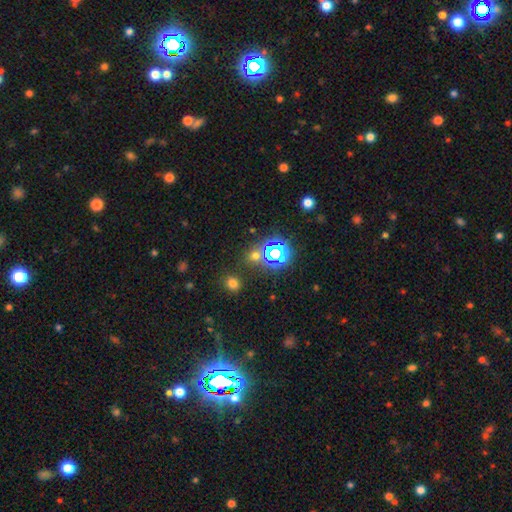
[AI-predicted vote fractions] This appears to be a star or artifact, not a galaxy (51%).